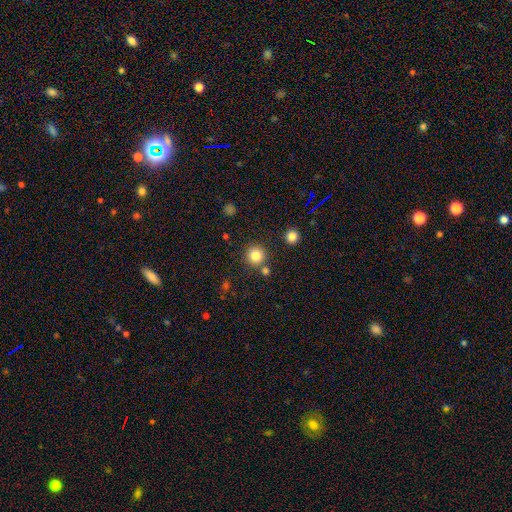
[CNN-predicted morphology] A smooth galaxy with no disk features (82%) that is round (94%).

Vote fractions:
- Smooth or featured? smooth: 82% / star or artifact: 12% / featured or disk: 6%
- How rounded? round: 94% / in between: 5% / cigar-shaped: 1%
- Merging? none: 82% / merger: 8% / minor disturbance: 7% / major disturbance: 2%